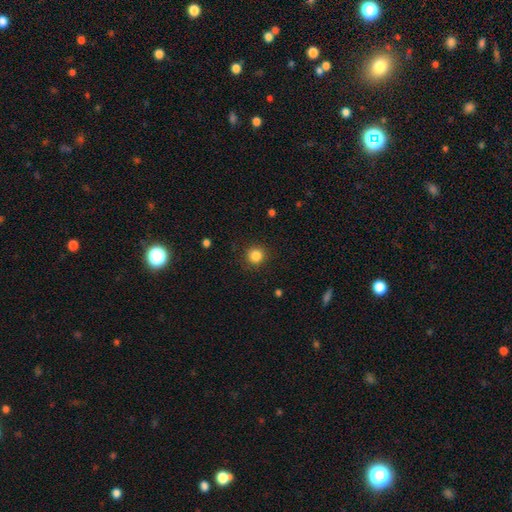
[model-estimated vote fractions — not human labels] Overall: smooth (84%). How rounded: round (93%). Merging: none (89%).